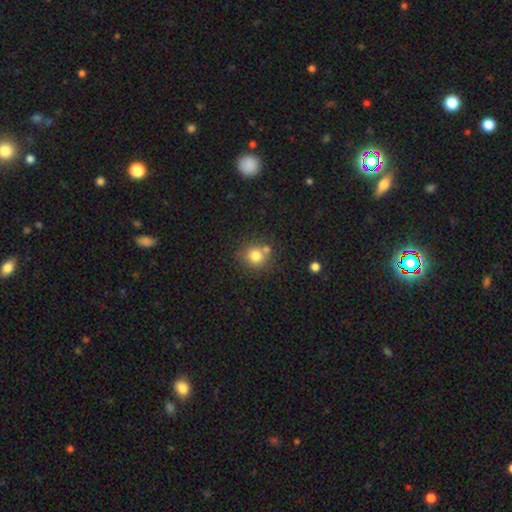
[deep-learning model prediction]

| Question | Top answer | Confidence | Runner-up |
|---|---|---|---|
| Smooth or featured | smooth | 78% | star or artifact (12%) |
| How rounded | round | 88% | in between (11%) |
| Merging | none | 66% | merger (20%) |